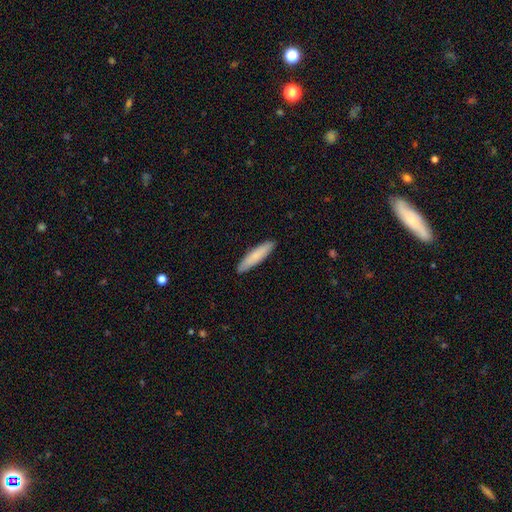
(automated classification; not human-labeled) Overall: smooth (80%). How rounded: cigar-shaped (83%). Merging: none (91%).